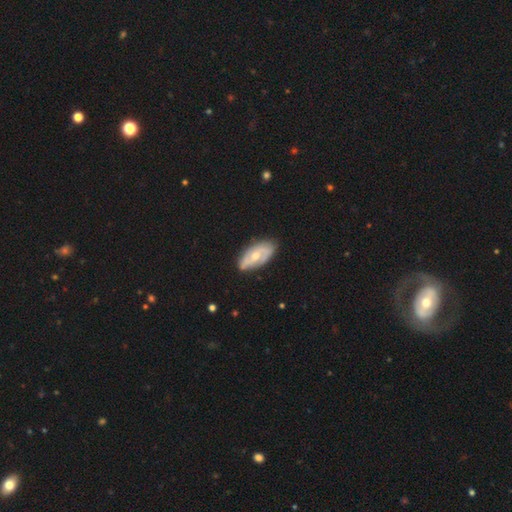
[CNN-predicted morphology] Smooth or featured?
  - featured or disk: 63% *
  - smooth: 31%
  - star or artifact: 5%
Edge-on disk?
  - no: 91% *
  - yes: 9%
Bar?
  - no: 61% *
  - weak: 32%
  - strong: 7%
Spiral arms?
  - yes: 75% *
  - no: 25%
Bulge size?
  - moderate: 59% *
  - small: 36%
  - large: 3%
  - none: 2%
  - dominant: 1%
Merging?
  - none: 75% *
  - minor disturbance: 19%
  - major disturbance: 4%
  - merger: 2%